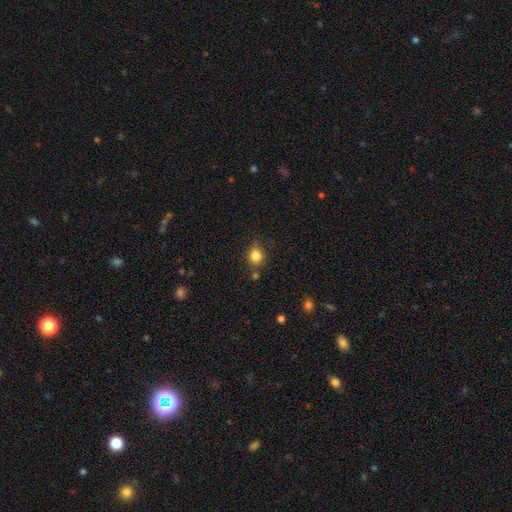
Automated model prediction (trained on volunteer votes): smooth-or-featured: smooth: 83% | star or artifact: 11% | featured or disk: 6%
  how-rounded: round: 76% | in between: 23% | cigar-shaped: 1%
  merging: none: 74% | minor disturbance: 16% | merger: 7% | major disturbance: 4%